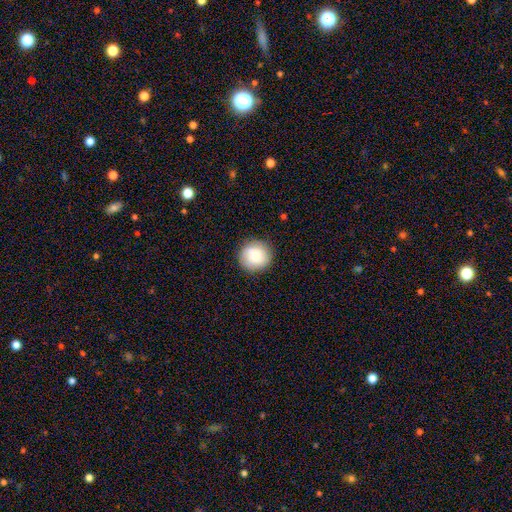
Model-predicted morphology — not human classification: smooth-or-featured: smooth: 77% | featured or disk: 15% | star or artifact: 8%
  how-rounded: round: 94% | in between: 5% | cigar-shaped: 1%
  merging: none: 89% | minor disturbance: 8% | major disturbance: 2% | merger: 1%